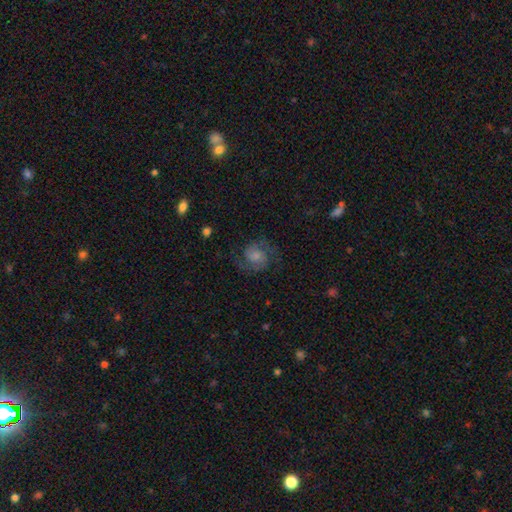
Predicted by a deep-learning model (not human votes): featured or disk 62%, smooth 29%, star or artifact 9%. Down the decision tree: edge-on disk — no (98%); bar — no (67%); spiral arms — yes (92%); spiral arm count — 2 (86%); spiral winding — medium (52%); bulge size — small (31%); merging — none (69%).